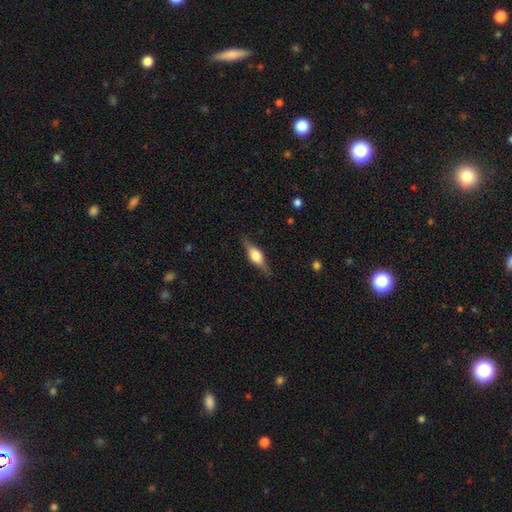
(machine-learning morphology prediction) A featured or disk galaxy (57%) viewed edge-on (94%) with a rounded central bulge (87%).

Vote fractions:
- Smooth or featured? featured or disk: 57% / smooth: 37% / star or artifact: 6%
- Edge-on disk? yes: 94% / no: 6%
- Edge-on bulge? rounded: 87% / boxy: 11% / none: 2%
- Merging? none: 83% / minor disturbance: 12% / major disturbance: 3% / merger: 1%